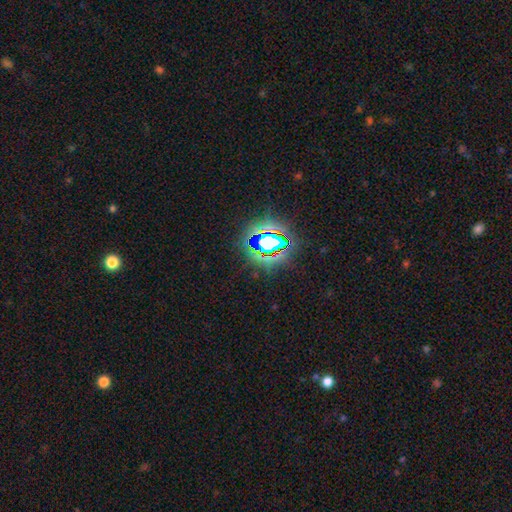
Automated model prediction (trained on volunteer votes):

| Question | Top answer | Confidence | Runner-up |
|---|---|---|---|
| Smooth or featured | star or artifact | 81% | smooth (12%) |